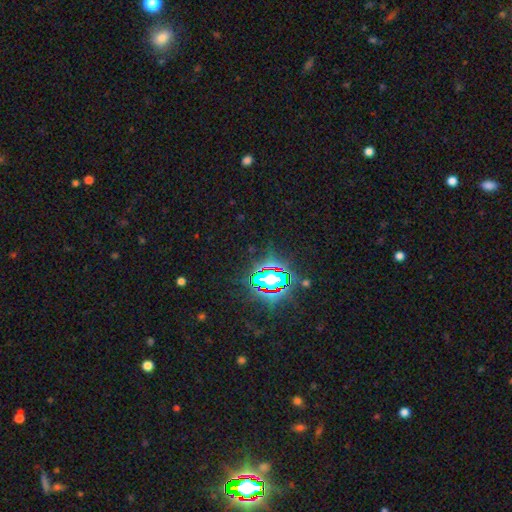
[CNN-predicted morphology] Smooth or featured? Predicted: star or artifact (p=0.81).